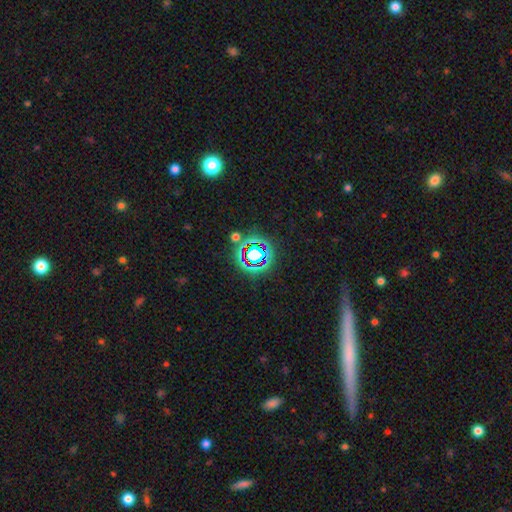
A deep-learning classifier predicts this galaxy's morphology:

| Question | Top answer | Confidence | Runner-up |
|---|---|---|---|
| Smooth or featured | star or artifact | 37% | featured or disk (32%) |